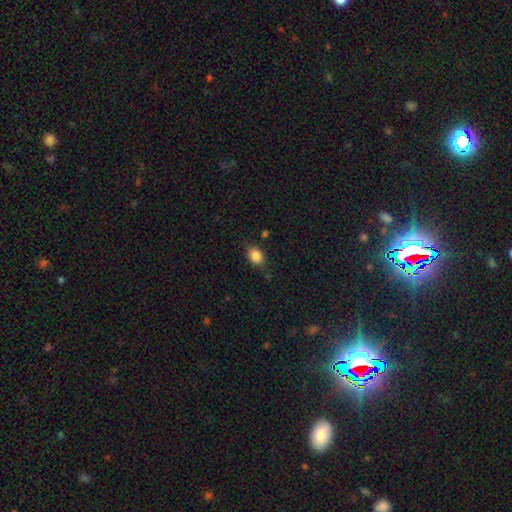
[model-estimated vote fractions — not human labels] Q: Smooth or featured?
A: smooth (85%); runner-up: star or artifact (9%)
Q: How rounded?
A: in between (61%); runner-up: round (38%)
Q: Merging?
A: none (76%); runner-up: minor disturbance (18%)